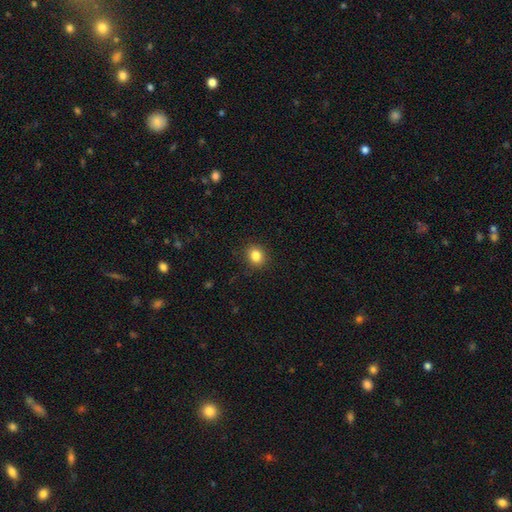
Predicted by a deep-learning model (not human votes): Smooth or featured: smooth — 84% (star or artifact — 11%)
How rounded: round — 75% (in between — 24%)
Merging: none — 90% (minor disturbance — 7%)